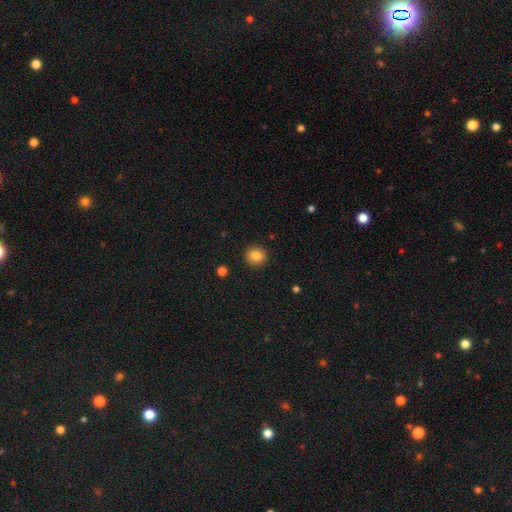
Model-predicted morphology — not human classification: Q: Smooth or featured?
A: smooth (84%); runner-up: star or artifact (10%)
Q: How rounded?
A: round (82%); runner-up: in between (17%)
Q: Merging?
A: none (91%); runner-up: minor disturbance (6%)